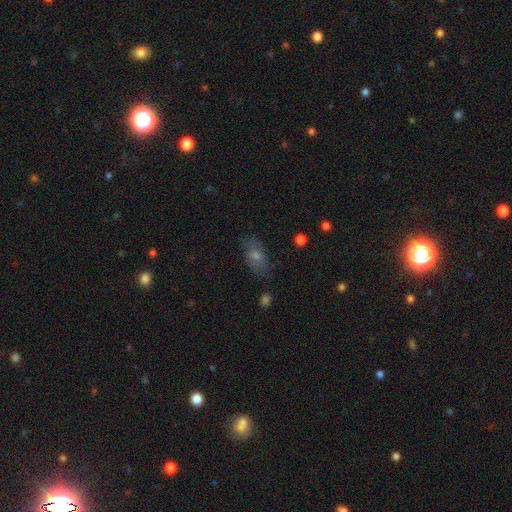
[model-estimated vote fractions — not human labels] Smooth or featured?
  - smooth: 51% *
  - featured or disk: 27%
  - star or artifact: 22%
How rounded?
  - in between: 82% *
  - round: 12%
  - cigar-shaped: 6%
Merging?
  - none: 78% *
  - minor disturbance: 15%
  - major disturbance: 5%
  - merger: 2%